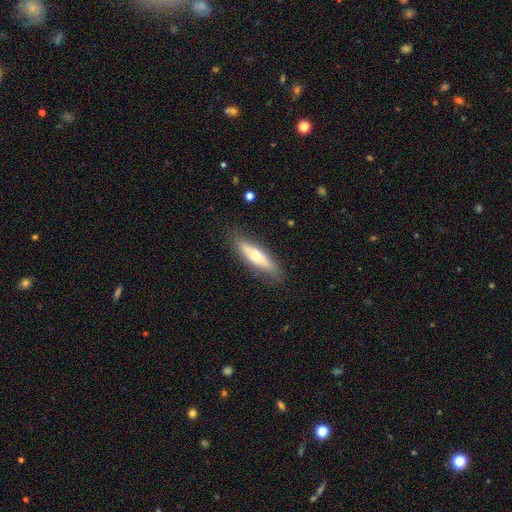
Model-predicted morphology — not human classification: Smooth or featured?
  - smooth: 50% *
  - featured or disk: 44%
  - star or artifact: 6%
Merging?
  - none: 83% *
  - minor disturbance: 12%
  - major disturbance: 3%
  - merger: 1%